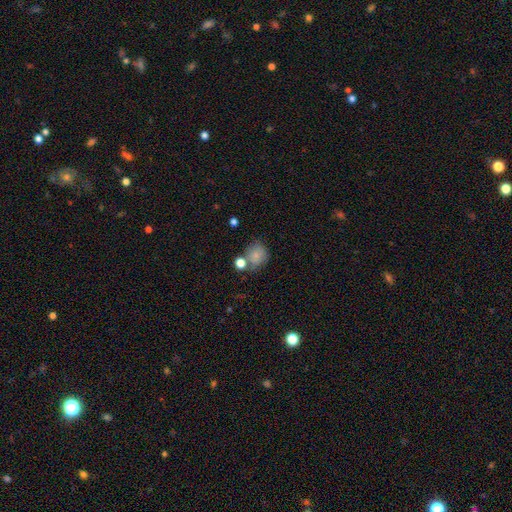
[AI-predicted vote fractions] smooth-or-featured: smooth: 79% | star or artifact: 11% | featured or disk: 10%
  how-rounded: round: 69% | in between: 30% | cigar-shaped: 1%
  merging: none: 52% | merger: 23% | minor disturbance: 17% | major disturbance: 8%